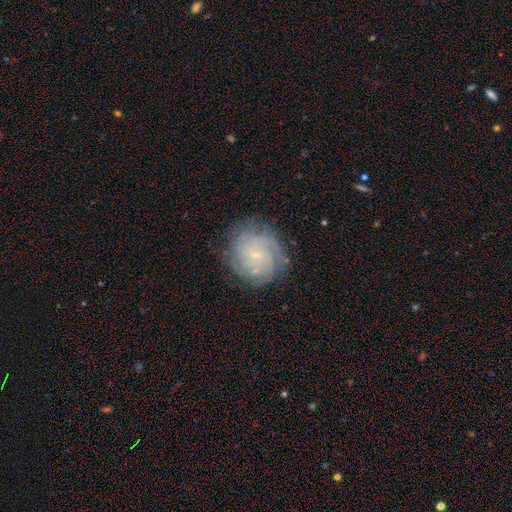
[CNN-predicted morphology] Smooth or featured? featured or disk (80%)
Edge-on disk? no (97%)
Bar? no (73%)
Spiral arms? yes (97%)
Spiral winding? tight (77%)
Spiral arm count? can't tell (28%)
Bulge size? small (84%)
Merging? none (81%)